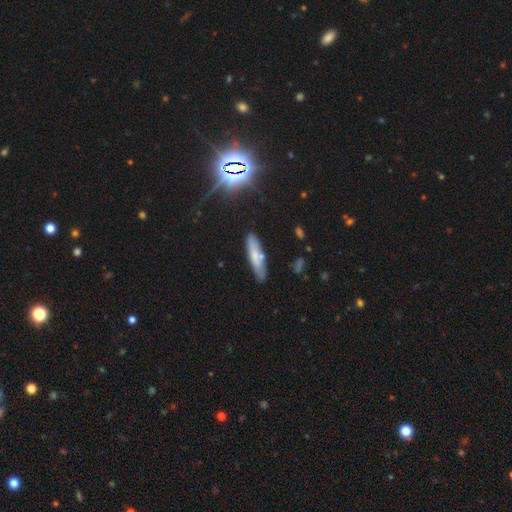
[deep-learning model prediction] Q: Smooth or featured?
A: smooth (65%); runner-up: featured or disk (27%)
Q: How rounded?
A: cigar-shaped (71%); runner-up: in between (27%)
Q: Merging?
A: none (73%); runner-up: minor disturbance (16%)